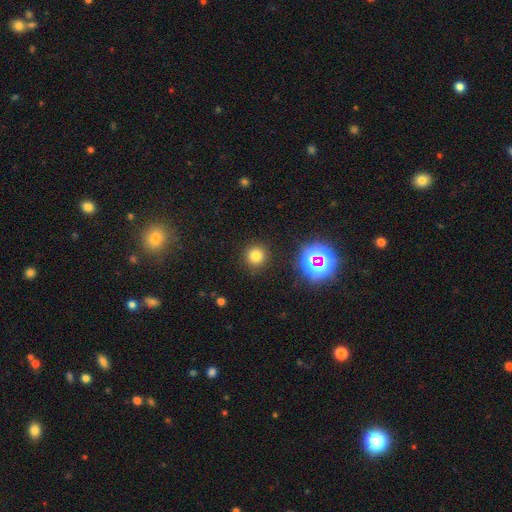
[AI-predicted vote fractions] Morphology: type=smooth (74%); roundness=round (94%); merging=none (91%).